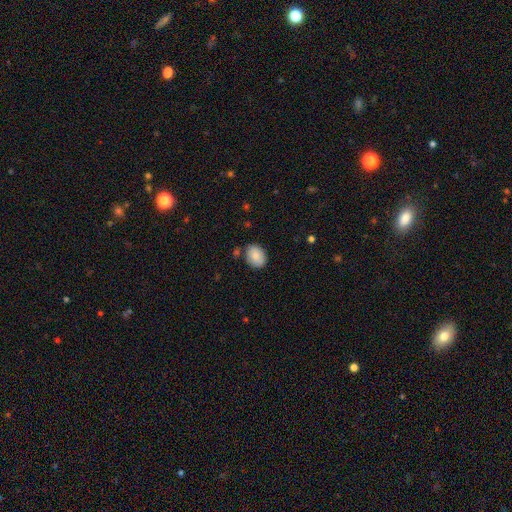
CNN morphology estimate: smooth_or_featured: smooth (p=0.85) [alt: featured or disk p=0.08]
how_rounded: in between (p=0.62) [alt: round p=0.37]
merging: none (p=0.74) [alt: minor disturbance p=0.17]